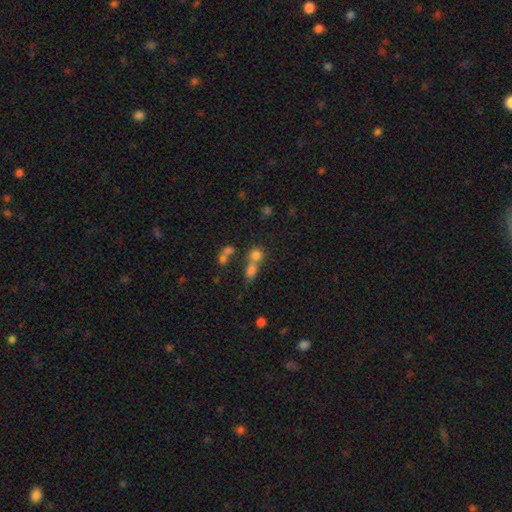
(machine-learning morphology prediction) smooth-or-featured: smooth: 73% | star or artifact: 16% | featured or disk: 12%
  how-rounded: round: 76% | in between: 23% | cigar-shaped: 2%
  merging: merger: 51% | none: 38% | minor disturbance: 7% | major disturbance: 4%